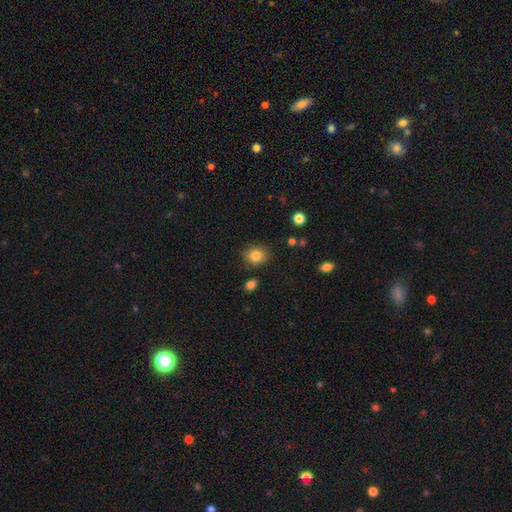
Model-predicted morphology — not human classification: This is clearly a smooth galaxy (84%). How rounded: likely round (62%). Merging: clearly none (85%).